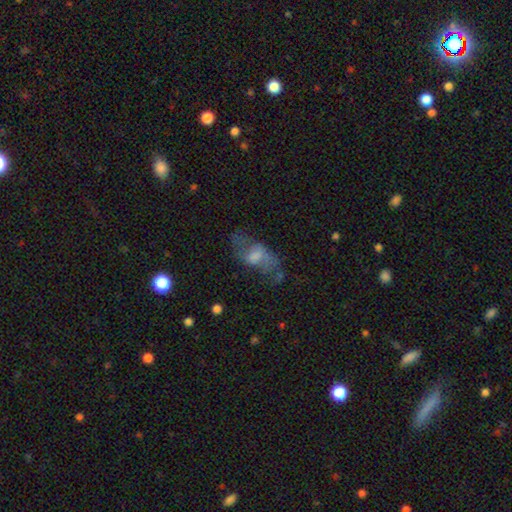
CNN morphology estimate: featured or disk 52%, smooth 37%, star or artifact 12%. Down the decision tree: edge-on disk — no (89%); merging — none (50%).